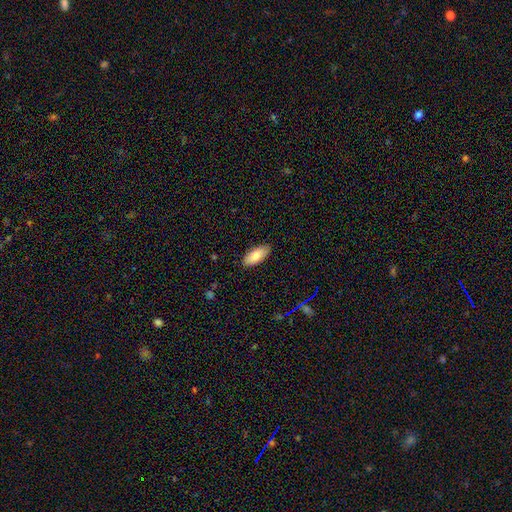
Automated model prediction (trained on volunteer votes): smooth_or_featured: smooth (p=0.82) [alt: featured or disk p=0.11]
how_rounded: in between (p=0.88) [alt: cigar-shaped p=0.10]
merging: none (p=0.88) [alt: minor disturbance p=0.09]